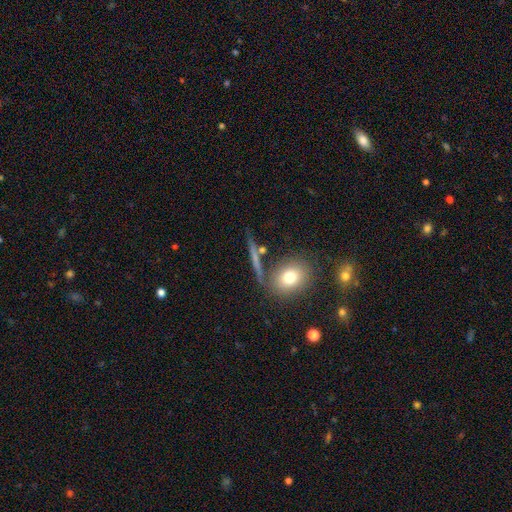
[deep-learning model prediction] A smooth galaxy with no disk features (50%).

Vote fractions:
- Smooth or featured? smooth: 50% / featured or disk: 38% / star or artifact: 12%
- Merging? none: 73% / minor disturbance: 12% / merger: 10% / major disturbance: 5%